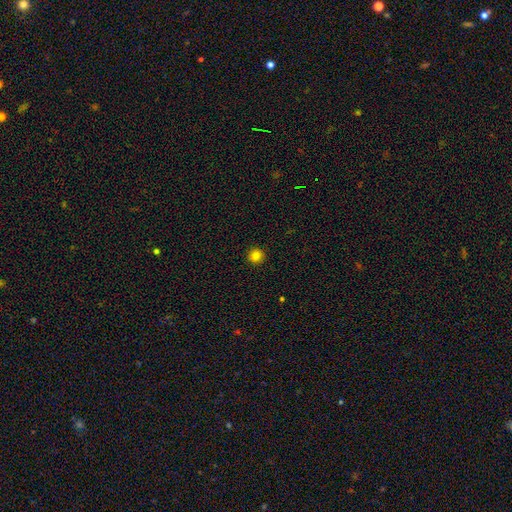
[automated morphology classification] The model was most divided on "smooth or featured": smooth: 81%, star or artifact: 13%, featured or disk: 6%. More confident: how rounded — round (96%); merging — none (93%).